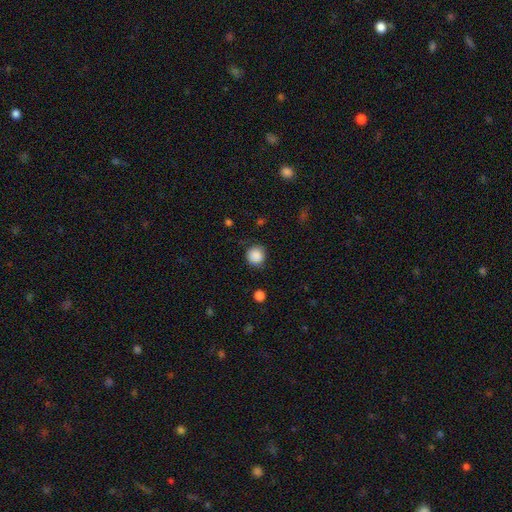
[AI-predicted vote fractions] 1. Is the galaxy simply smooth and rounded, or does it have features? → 87% smooth, 9% star or artifact, 3% featured or disk.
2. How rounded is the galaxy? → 90% round, 9% in between, 1% cigar-shaped.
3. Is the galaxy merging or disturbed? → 82% none, 13% minor disturbance, 4% major disturbance, 2% merger.